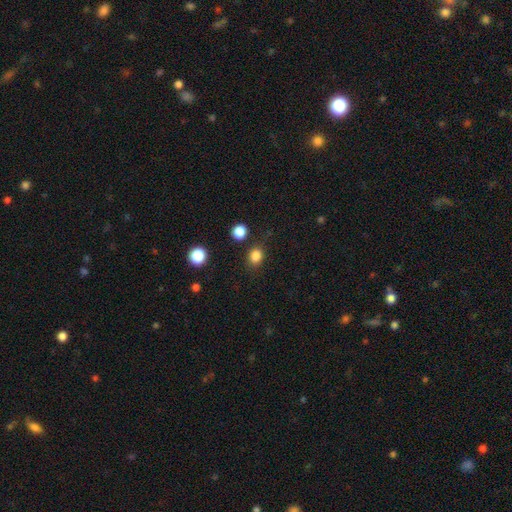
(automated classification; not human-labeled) Smooth or featured? Predicted: smooth (p=0.83). How rounded? Predicted: round (p=0.59). Merging? Predicted: none (p=0.81).